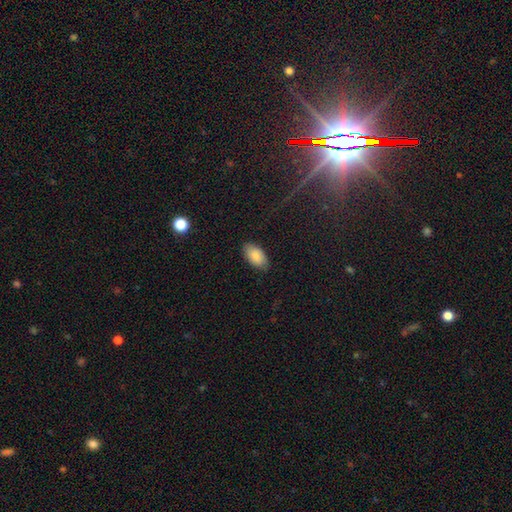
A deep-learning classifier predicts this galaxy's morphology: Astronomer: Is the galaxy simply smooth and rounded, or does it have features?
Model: smooth — 86%.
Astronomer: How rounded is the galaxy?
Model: in between — 95%.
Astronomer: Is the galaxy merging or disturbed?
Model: none — 85%.